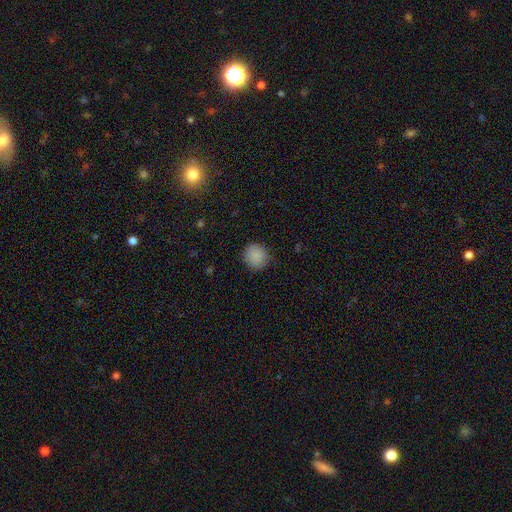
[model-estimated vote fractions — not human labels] Morphology: type=smooth (88%); roundness=round (91%); merging=none (87%).